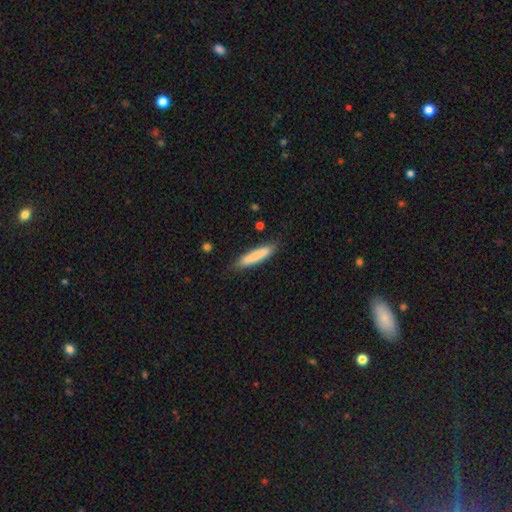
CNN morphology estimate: smooth-or-featured: smooth: 79% | featured or disk: 16% | star or artifact: 6%
  how-rounded: cigar-shaped: 88% | in between: 11% | round: 1%
  merging: none: 85% | minor disturbance: 12% | major disturbance: 2% | merger: 2%